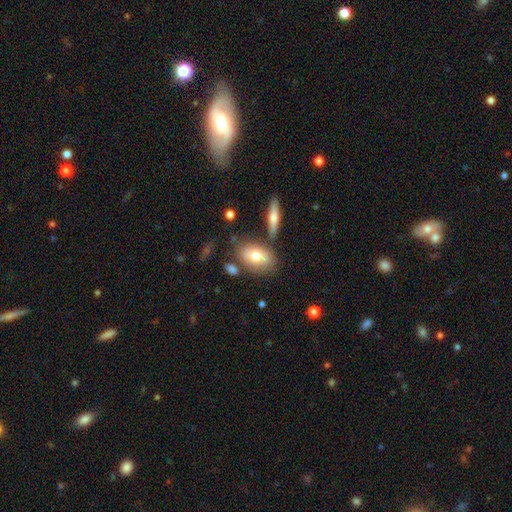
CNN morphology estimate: A smooth galaxy with no disk features (68%) that is in between round and cigar-shaped (84%). Merging: none (66%).